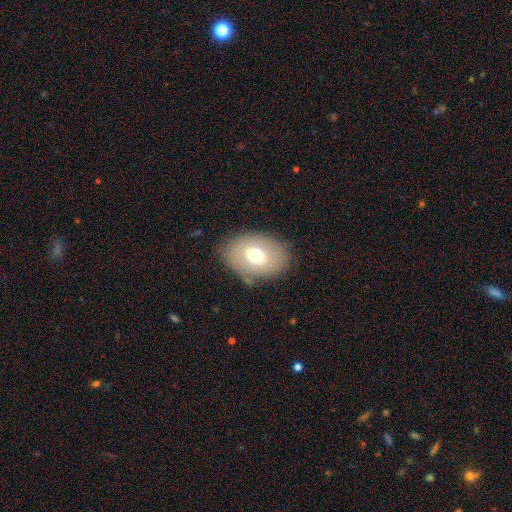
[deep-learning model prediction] Overall: smooth (64%; featured or disk 27%). How rounded: in between (75%). Merging: none (79%).